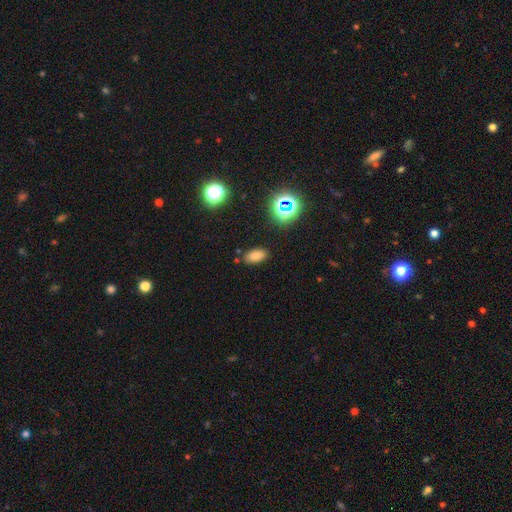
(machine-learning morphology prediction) Smooth or featured?
  - smooth: 76% *
  - star or artifact: 17%
  - featured or disk: 7%
How rounded?
  - in between: 90% *
  - round: 6%
  - cigar-shaped: 4%
Merging?
  - none: 85% *
  - minor disturbance: 10%
  - major disturbance: 3%
  - merger: 2%